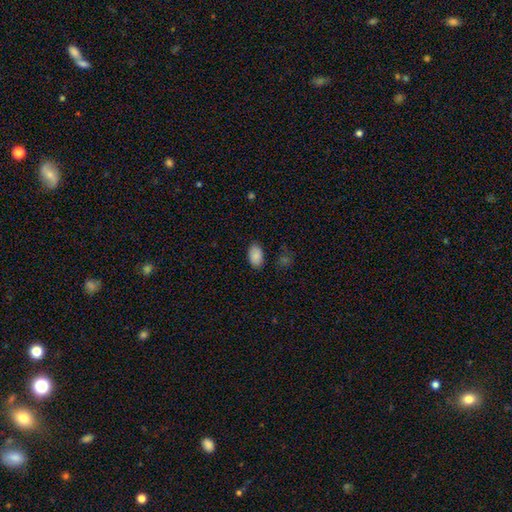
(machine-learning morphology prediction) smooth-or-featured: smooth: 86% | star or artifact: 7% | featured or disk: 7%
  how-rounded: in between: 92% | round: 6% | cigar-shaped: 1%
  merging: none: 84% | minor disturbance: 12% | major disturbance: 3% | merger: 2%